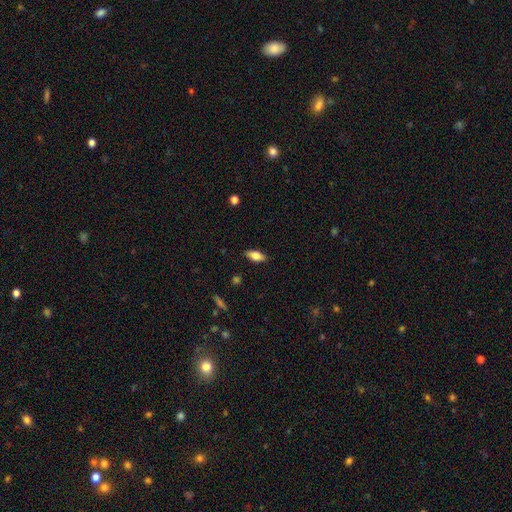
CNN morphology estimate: Smooth or featured? Predicted: smooth (p=0.76). How rounded? Predicted: in between (p=0.84). Merging? Predicted: none (p=0.87).